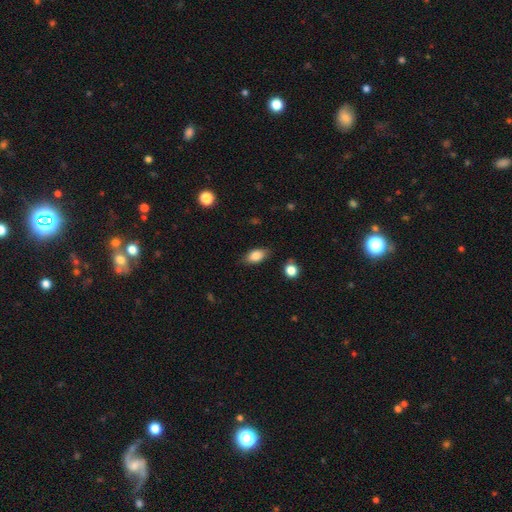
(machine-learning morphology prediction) A smooth galaxy with no disk features (84%) that is in between round and cigar-shaped (89%). Merging: none (81%).